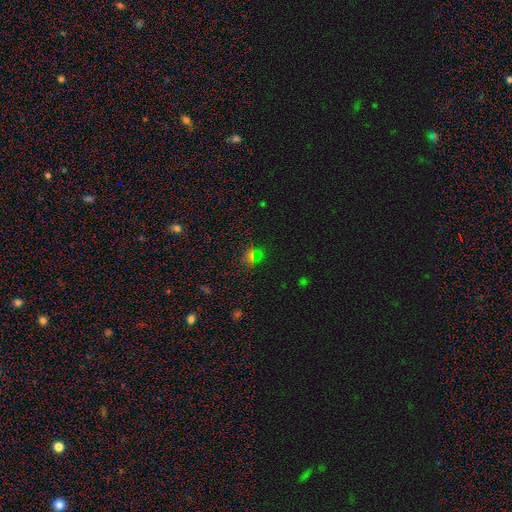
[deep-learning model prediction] This appears to be a star or artifact, not a galaxy (49%).